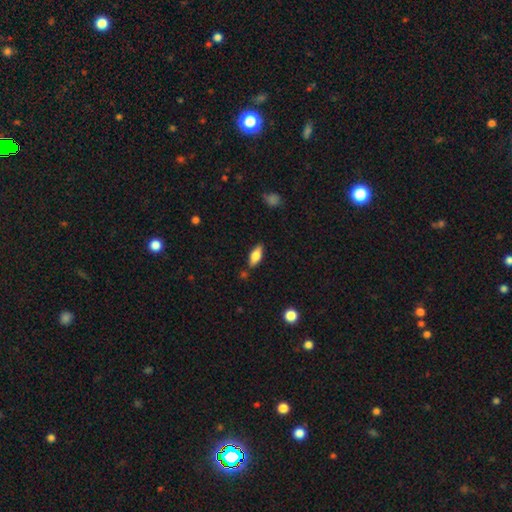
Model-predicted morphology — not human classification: This is likely a smooth galaxy (65%). How rounded: likely in between (77%). Merging: clearly none (82%).